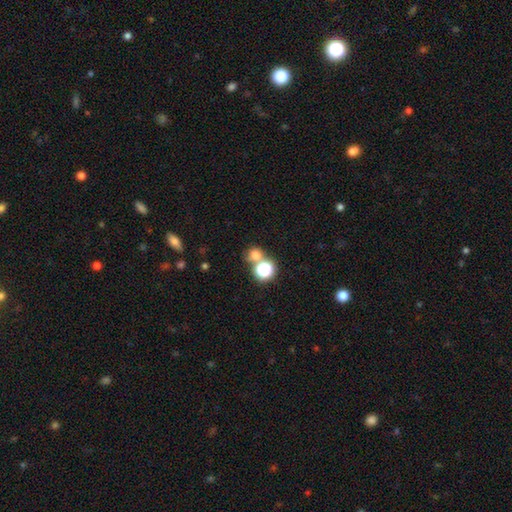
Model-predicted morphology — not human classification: This appears to be a smooth galaxy with no disk features (71%) that is round (82%). Merging: none (54%).